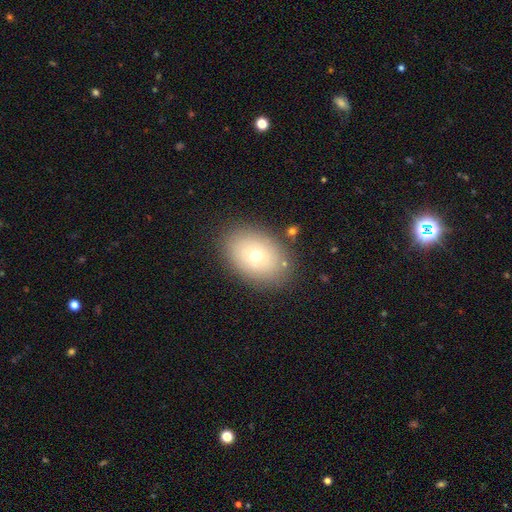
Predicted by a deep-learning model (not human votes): Smooth or featured?
  - smooth: 67% *
  - featured or disk: 21%
  - star or artifact: 11%
How rounded?
  - in between: 76% *
  - round: 23%
  - cigar-shaped: 1%
Merging?
  - none: 83% *
  - minor disturbance: 11%
  - major disturbance: 4%
  - merger: 2%